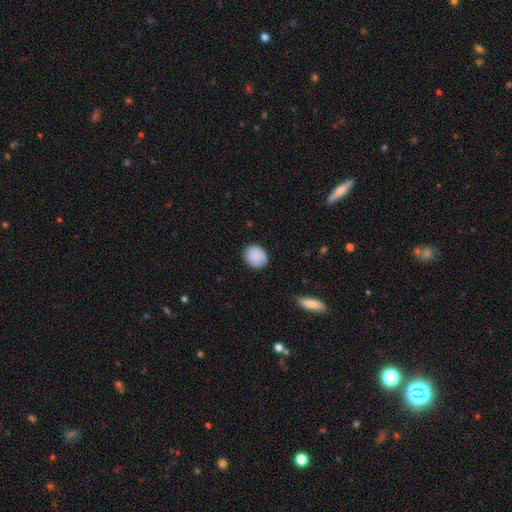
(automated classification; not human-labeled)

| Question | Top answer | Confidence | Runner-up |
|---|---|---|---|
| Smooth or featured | smooth | 88% | star or artifact (7%) |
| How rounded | round | 80% | in between (19%) |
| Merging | none | 86% | minor disturbance (11%) |